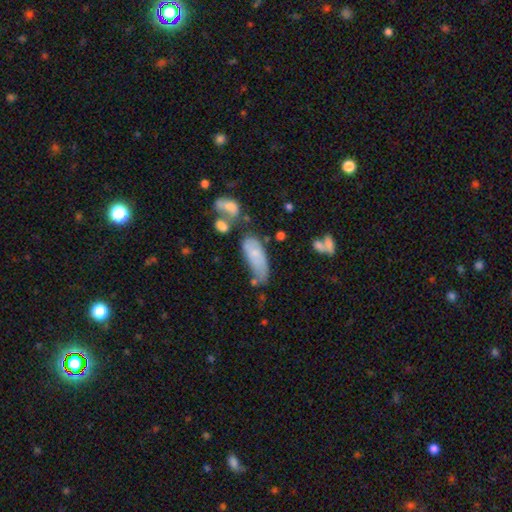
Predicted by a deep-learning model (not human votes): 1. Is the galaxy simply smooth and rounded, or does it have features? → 67% smooth, 25% featured or disk, 8% star or artifact.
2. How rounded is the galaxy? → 78% in between, 19% cigar-shaped, 2% round.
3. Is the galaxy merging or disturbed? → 31% none (tied), 31% minor disturbance (tied), 20% major disturbance, 19% merger.